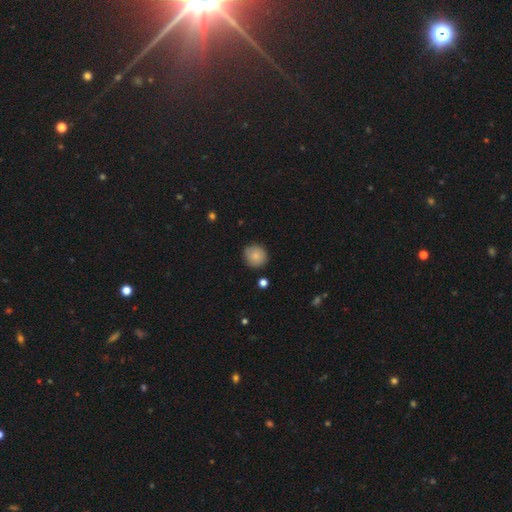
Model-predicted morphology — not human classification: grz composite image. It shows a smooth galaxy with no disk features (82%) that is round (89%). Merging: none (85%).